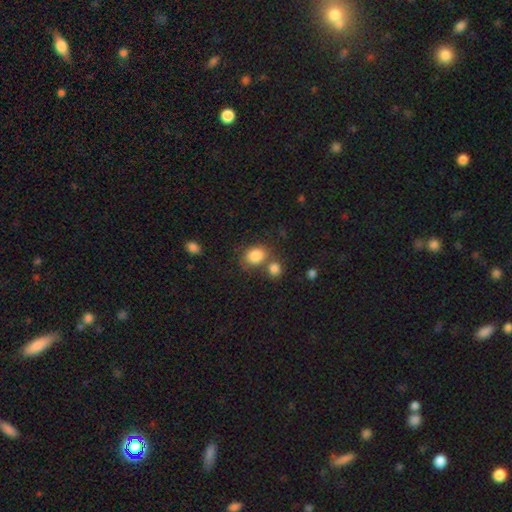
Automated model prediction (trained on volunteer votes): smooth-or-featured: smooth: 85% | star or artifact: 9% | featured or disk: 7%
  how-rounded: round: 51% | in between: 48% | cigar-shaped: 1%
  merging: none: 54% | merger: 29% | minor disturbance: 13% | major disturbance: 5%